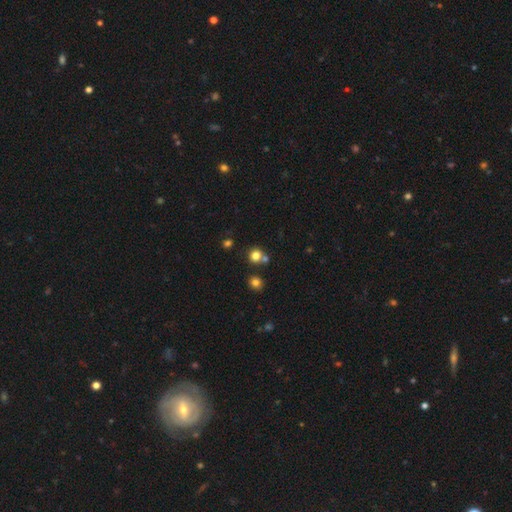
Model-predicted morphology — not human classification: Smooth or featured? Predicted: smooth (p=0.79). How rounded? Predicted: round (p=0.88). Merging? Predicted: none (p=0.67).